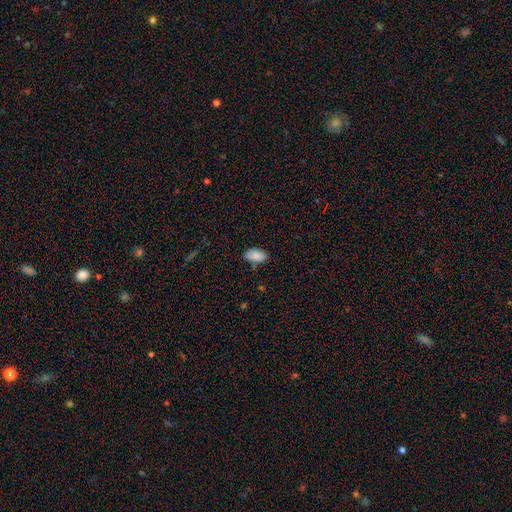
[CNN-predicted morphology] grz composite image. It shows a smooth galaxy with no disk features (85%) that is in between round and cigar-shaped (93%). Merging: none (73%).